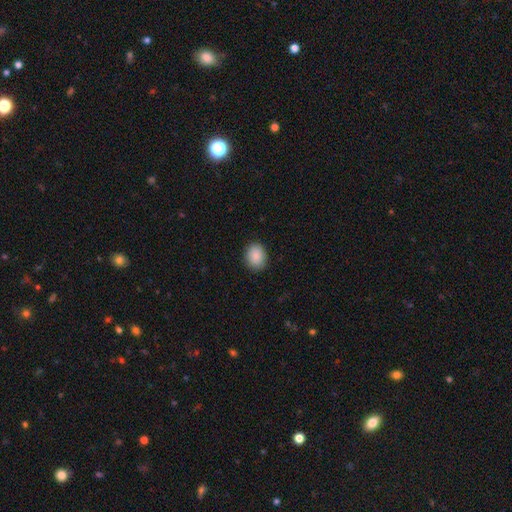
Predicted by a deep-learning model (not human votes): Smooth or featured? Predicted: smooth (p=0.89). How rounded? Predicted: round (p=0.60). Merging? Predicted: none (p=0.89).